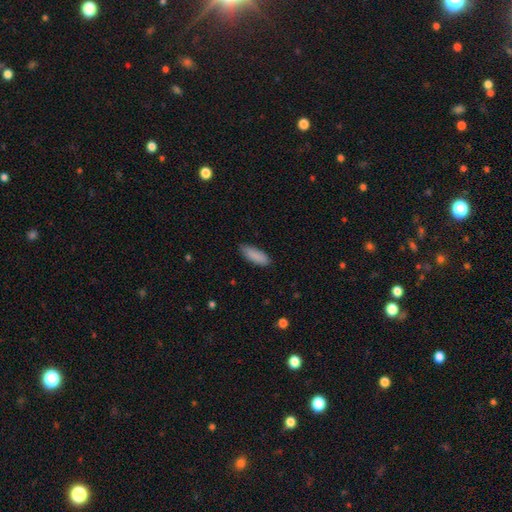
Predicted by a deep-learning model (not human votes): smooth-or-featured: smooth: 89% | star or artifact: 6% | featured or disk: 5%
  how-rounded: in between: 68% | cigar-shaped: 31% | round: 2%
  merging: none: 84% | minor disturbance: 13% | major disturbance: 2% | merger: 1%